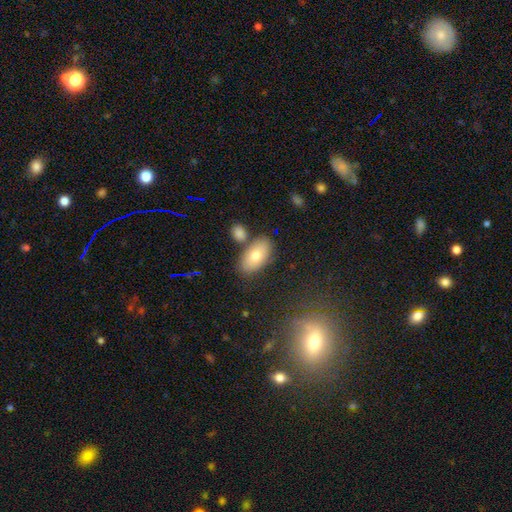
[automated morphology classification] Smooth or featured? smooth (74%)
How rounded? in between (93%)
Merging? none (74%)